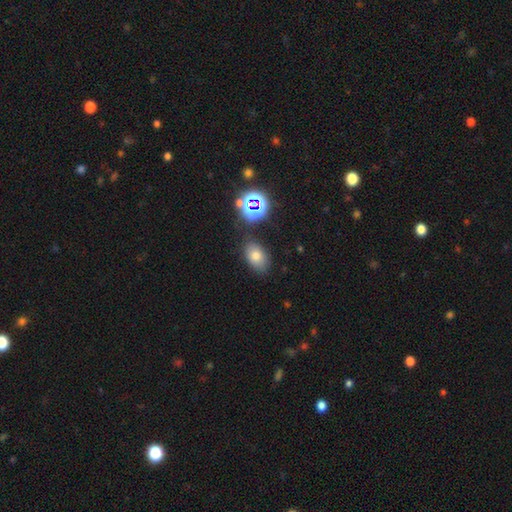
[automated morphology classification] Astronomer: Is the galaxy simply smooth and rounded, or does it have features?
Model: smooth — 70%.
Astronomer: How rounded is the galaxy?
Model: in between — 83%.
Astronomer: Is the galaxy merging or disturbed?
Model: none — 79%.